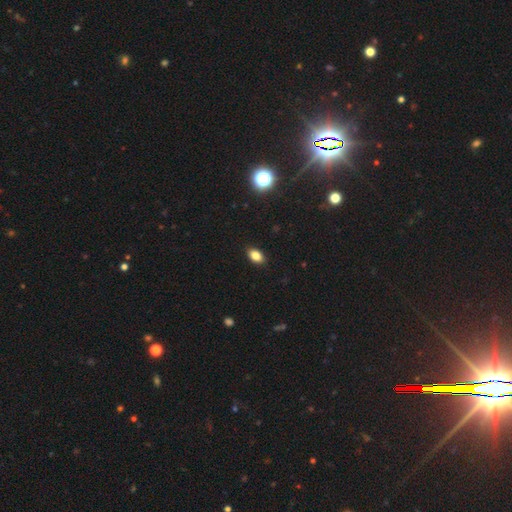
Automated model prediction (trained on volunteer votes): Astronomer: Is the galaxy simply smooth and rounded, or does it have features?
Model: smooth — 83%.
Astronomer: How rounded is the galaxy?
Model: in between — 87%.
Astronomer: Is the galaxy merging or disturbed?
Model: none — 89%.